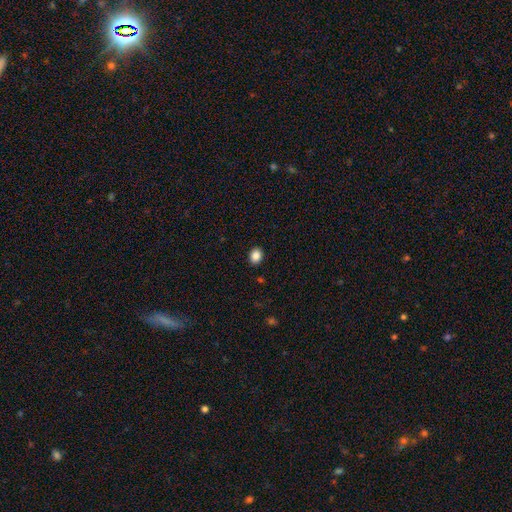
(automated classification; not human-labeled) Morphology: type=smooth (87%); roundness=in between (54%); merging=none (90%).